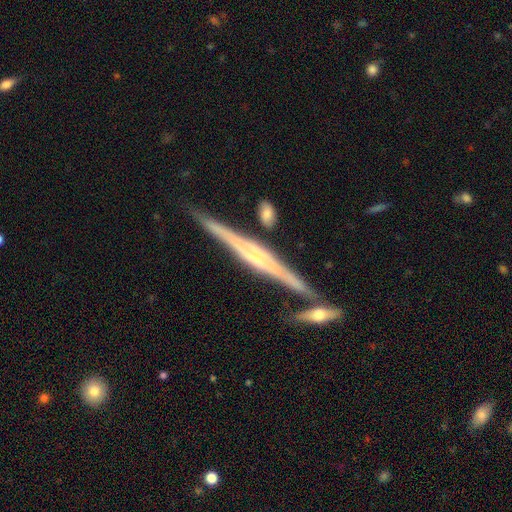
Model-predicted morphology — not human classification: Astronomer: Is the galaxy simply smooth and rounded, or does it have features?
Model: featured or disk — 83%.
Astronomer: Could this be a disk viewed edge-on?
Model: yes — 98%.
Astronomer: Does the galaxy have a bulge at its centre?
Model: rounded — 52% (runner-up: boxy, 33%).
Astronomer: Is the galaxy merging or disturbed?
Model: none — 78%.